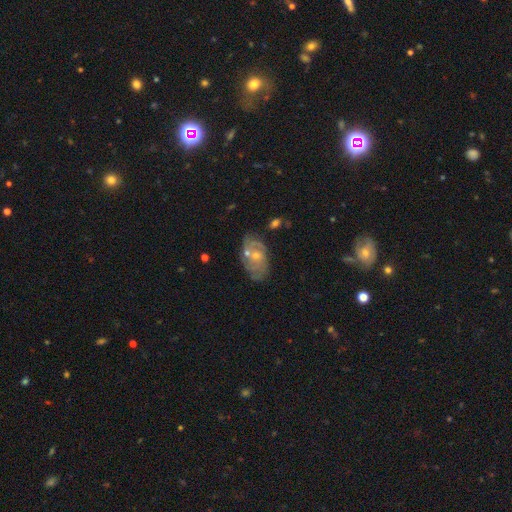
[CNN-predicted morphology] This appears to be a featured or disk galaxy (69%) with no bar (72%), tight (51%) spiral arms (78%) and a small central bulge (58%). Merging: none (67%).